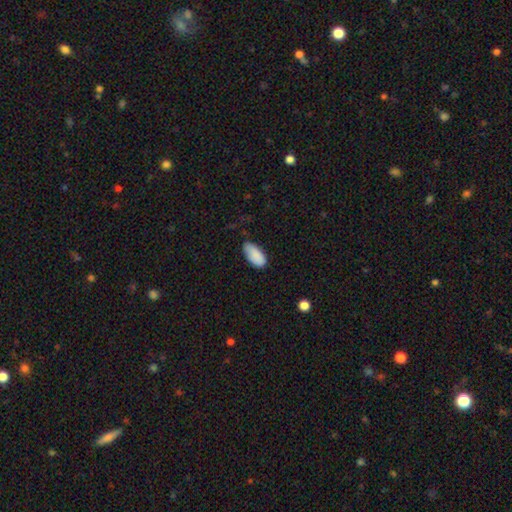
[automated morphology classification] Smooth or featured: smooth — 89% (star or artifact — 7%)
How rounded: in between — 94% (cigar-shaped — 5%)
Merging: none — 69% (minor disturbance — 25%)